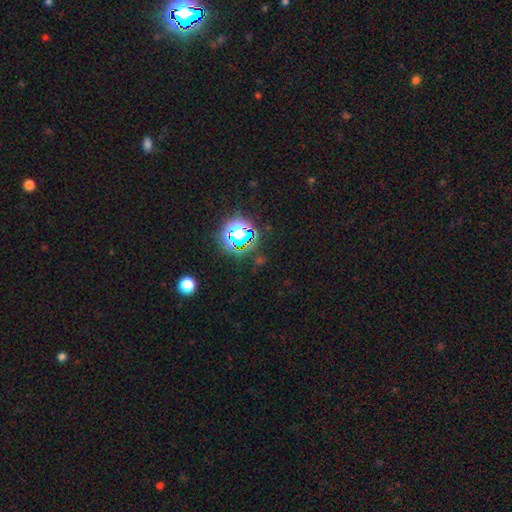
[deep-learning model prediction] Q: Smooth or featured?
A: star or artifact (78%); runner-up: smooth (14%)